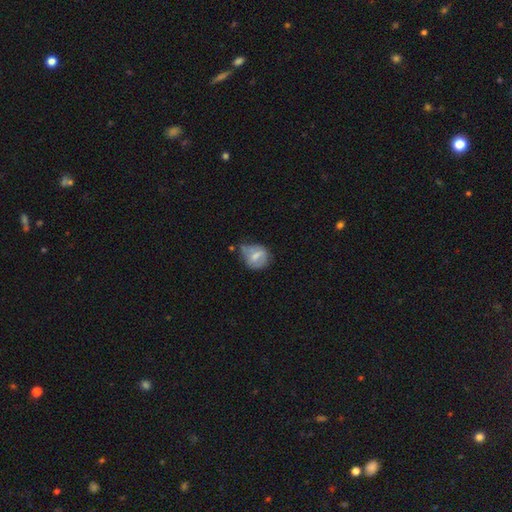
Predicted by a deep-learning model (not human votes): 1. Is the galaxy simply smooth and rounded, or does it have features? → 54% smooth, 37% featured or disk, 9% star or artifact.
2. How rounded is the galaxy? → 60% round, 38% in between, 2% cigar-shaped.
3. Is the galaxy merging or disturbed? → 40% none, 37% minor disturbance, 15% major disturbance, 7% merger.